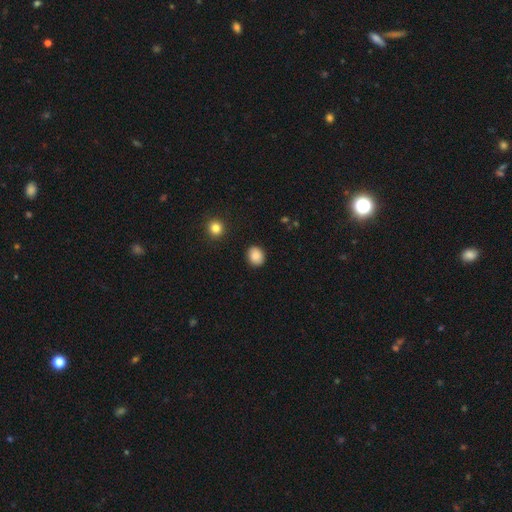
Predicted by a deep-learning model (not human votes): Morphology: type=smooth (88%); roundness=round (62%); merging=none (90%).